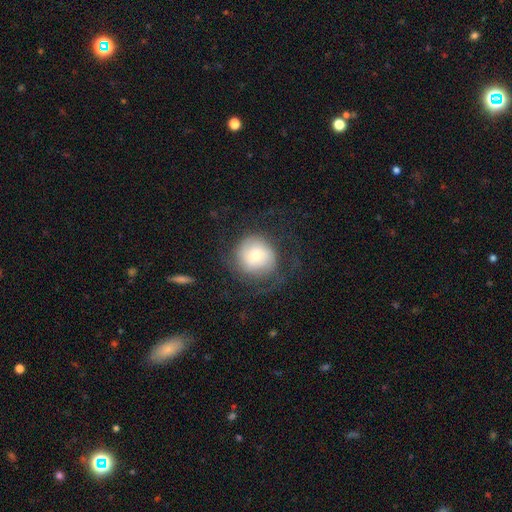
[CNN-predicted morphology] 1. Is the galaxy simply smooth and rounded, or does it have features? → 50% smooth, 42% featured or disk, 8% star or artifact.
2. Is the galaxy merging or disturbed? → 60% none, 21% major disturbance, 17% minor disturbance, 1% merger.